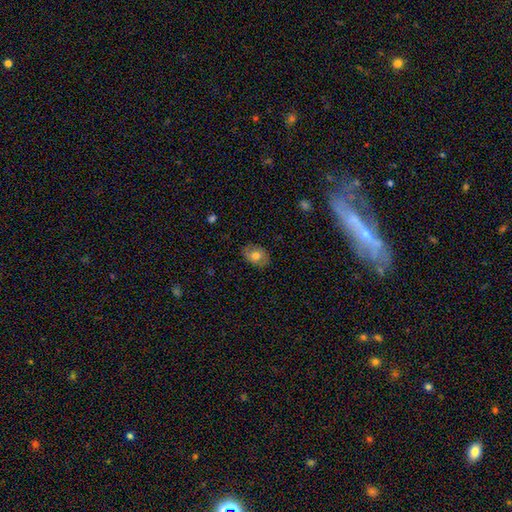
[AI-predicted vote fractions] smooth_or_featured: smooth (p=0.73) [alt: featured or disk p=0.19]
how_rounded: in between (p=0.75) [alt: round p=0.24]
merging: none (p=0.82) [alt: minor disturbance p=0.14]